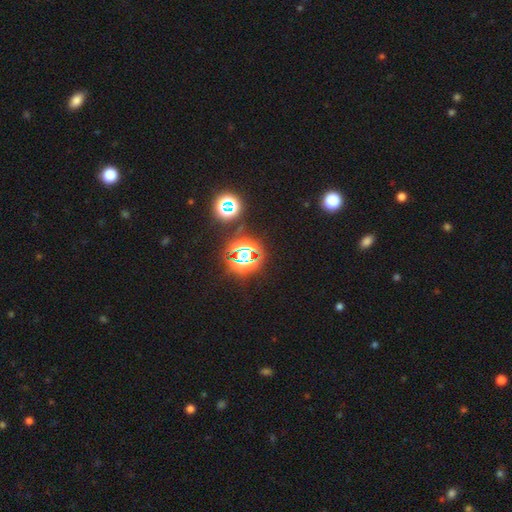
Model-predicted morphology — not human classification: Smooth or featured? star or artifact (76%)